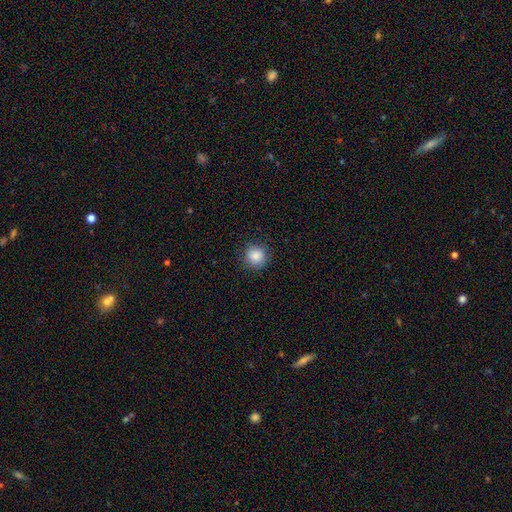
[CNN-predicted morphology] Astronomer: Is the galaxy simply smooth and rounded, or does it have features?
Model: smooth — 87%.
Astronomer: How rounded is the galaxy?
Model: round — 92%.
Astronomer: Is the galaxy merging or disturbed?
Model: none — 87%.